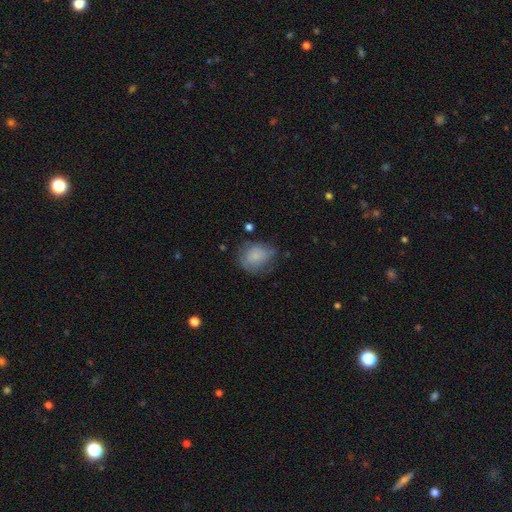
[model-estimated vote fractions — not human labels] Overall: smooth (72%). How rounded: round (65%; in between 34%). Merging: none (54%; minor disturbance 30%).